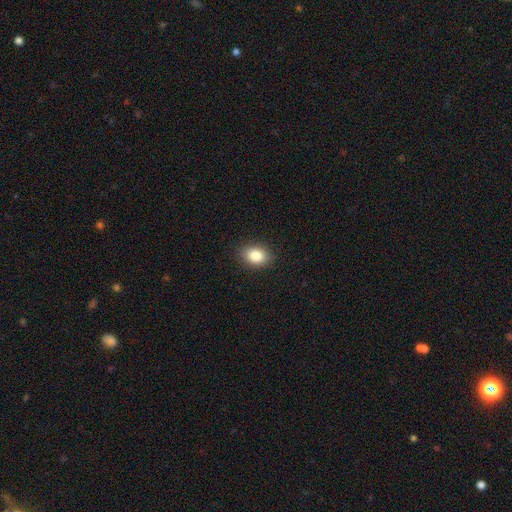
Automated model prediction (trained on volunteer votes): This appears to be a smooth galaxy with no disk features (84%) that is in between round and cigar-shaped (73%). Merging: none (89%).